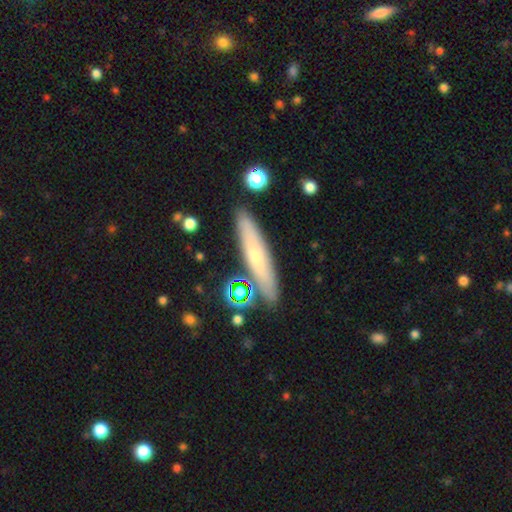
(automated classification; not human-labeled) Overall: smooth (51%; featured or disk 41%). How rounded: cigar-shaped (84%). Merging: none (84%).